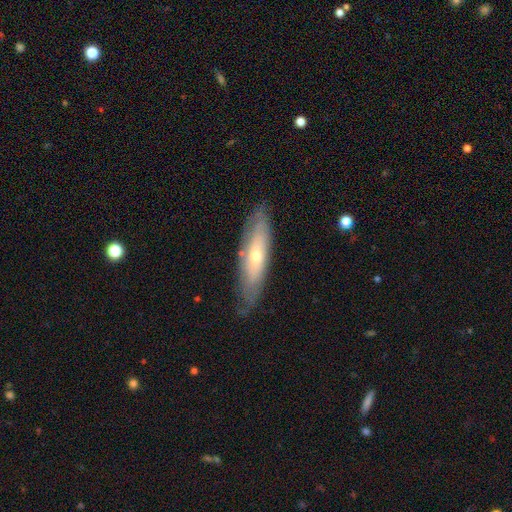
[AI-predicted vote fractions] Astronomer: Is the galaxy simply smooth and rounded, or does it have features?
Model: featured or disk — 56% (runner-up: smooth, 38%).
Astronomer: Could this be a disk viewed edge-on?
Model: no — 56% (runner-up: yes, 44%).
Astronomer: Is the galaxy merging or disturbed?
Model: none — 77%.